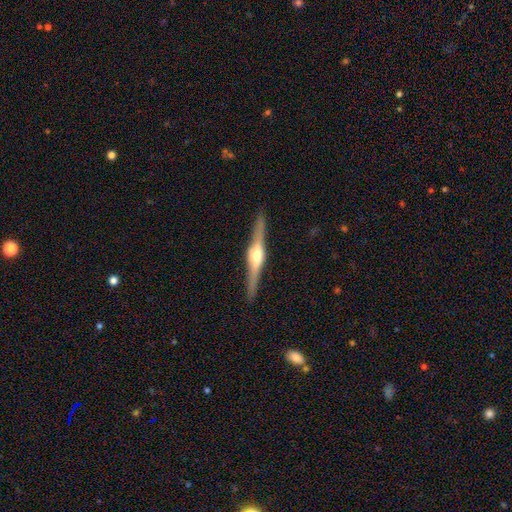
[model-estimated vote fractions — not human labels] smooth-or-featured: featured or disk: 82% | smooth: 13% | star or artifact: 5%
  disk-edge-on: yes: 98% | no: 2%
    edge-on-bulge: rounded: 91% | boxy: 6% | none: 2%
  merging: none: 91% | minor disturbance: 7% | major disturbance: 1% | merger: 1%